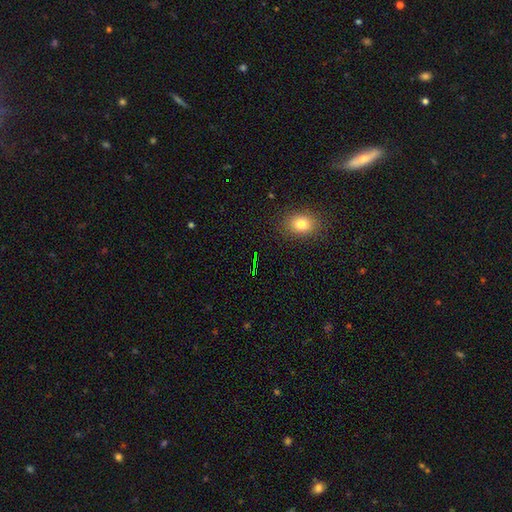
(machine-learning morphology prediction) A star or artifact, not a galaxy (47%).

Vote fractions:
- Smooth or featured? star or artifact: 47% / smooth: 43% / featured or disk: 10%